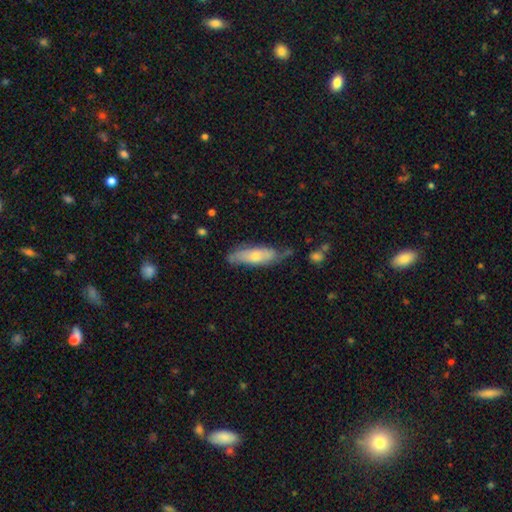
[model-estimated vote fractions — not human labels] A smooth galaxy with no disk features (57%) that is cigar-shaped (50%).

Vote fractions:
- Smooth or featured? smooth: 57% / featured or disk: 37% / star or artifact: 6%
- How rounded? cigar-shaped: 50% / in between: 48% / round: 2%
- Merging? none: 58% / minor disturbance: 30% / major disturbance: 8% / merger: 4%